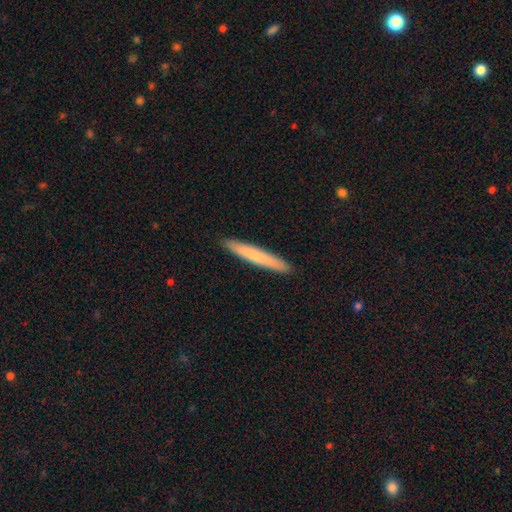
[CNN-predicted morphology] type=smooth (71%); roundness=cigar-shaped (96%); merging=none (92%).